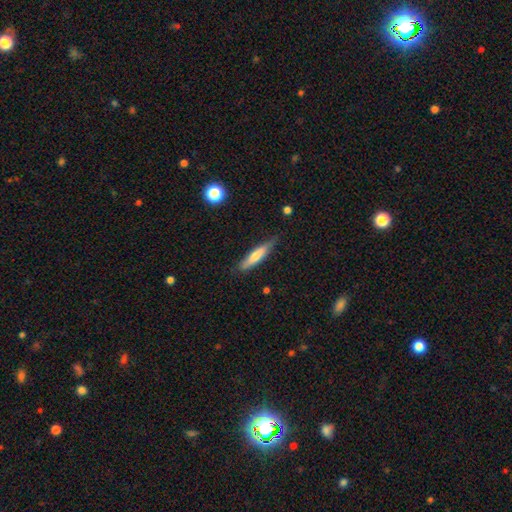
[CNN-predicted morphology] Smooth or featured? smooth (64%)
How rounded? cigar-shaped (83%)
Merging? none (77%)